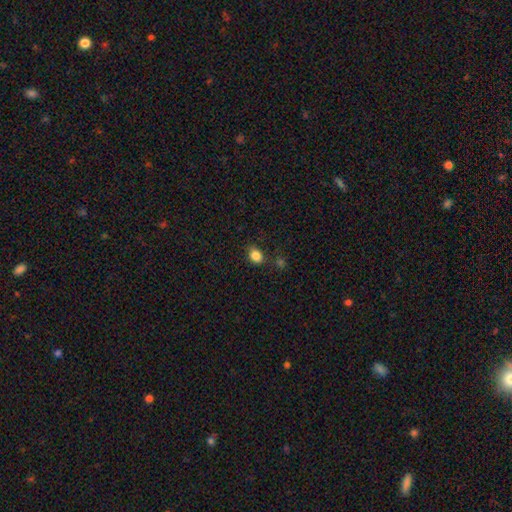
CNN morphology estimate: Q: Smooth or featured?
A: smooth (84%); runner-up: star or artifact (11%)
Q: How rounded?
A: in between (57%); runner-up: round (42%)
Q: Merging?
A: none (76%); runner-up: minor disturbance (15%)